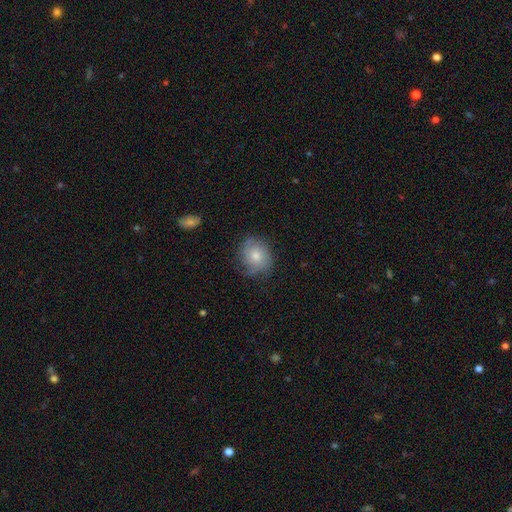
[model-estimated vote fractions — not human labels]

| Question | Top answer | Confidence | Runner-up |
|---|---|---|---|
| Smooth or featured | smooth | 45% | featured or disk (44%) |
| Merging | none | 73% | minor disturbance (19%) |